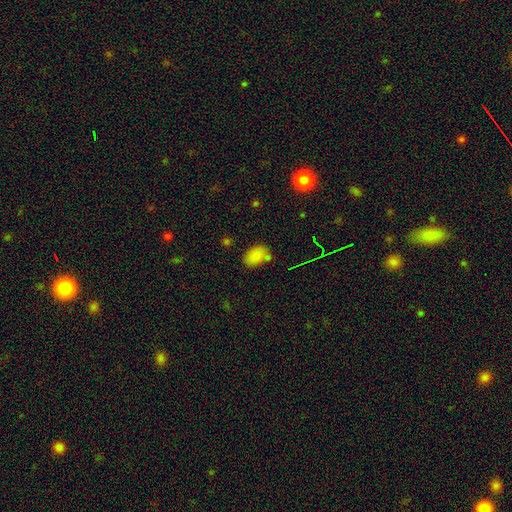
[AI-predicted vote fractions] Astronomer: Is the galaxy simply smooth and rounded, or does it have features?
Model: smooth — 82%.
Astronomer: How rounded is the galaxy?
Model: in between — 85%.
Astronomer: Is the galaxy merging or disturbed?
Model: none — 67%.